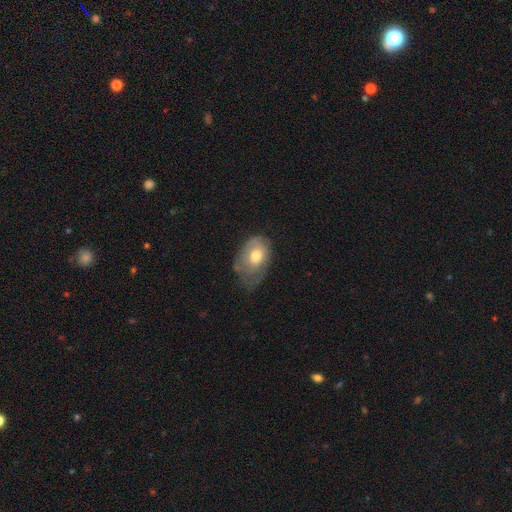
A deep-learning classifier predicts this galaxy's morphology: A smooth galaxy with no disk features (61%) that is in between round and cigar-shaped (83%).

Vote fractions:
- Smooth or featured? smooth: 61% / featured or disk: 32% / star or artifact: 7%
- How rounded? in between: 83% / round: 16% / cigar-shaped: 1%
- Merging? minor disturbance: 41% / none: 32% / major disturbance: 25% / merger: 2%